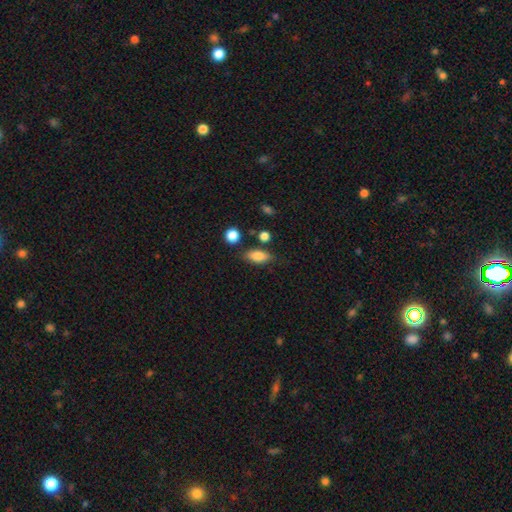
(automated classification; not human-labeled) Overall: smooth (78%). How rounded: in between (78%). Merging: none (75%).